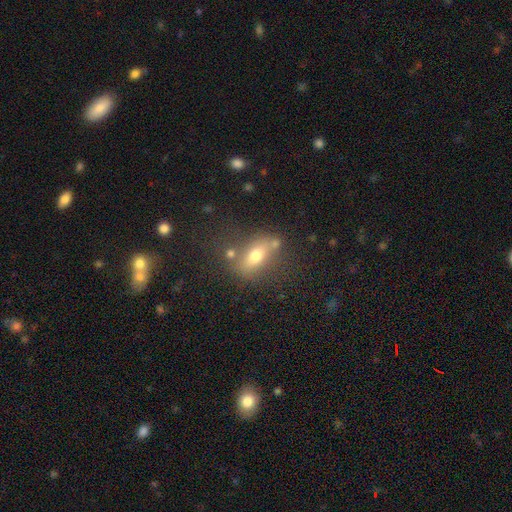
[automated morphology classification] Overall: smooth (58%; featured or disk 30%). How rounded: in between (71%). Merging: none (66%).